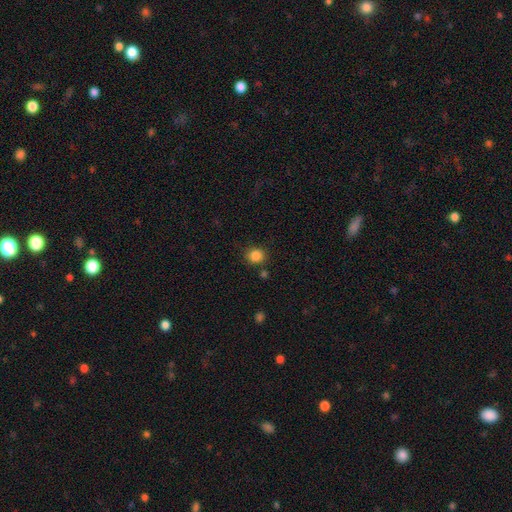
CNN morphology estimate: Smooth or featured? smooth (85%)
How rounded? round (86%)
Merging? none (83%)